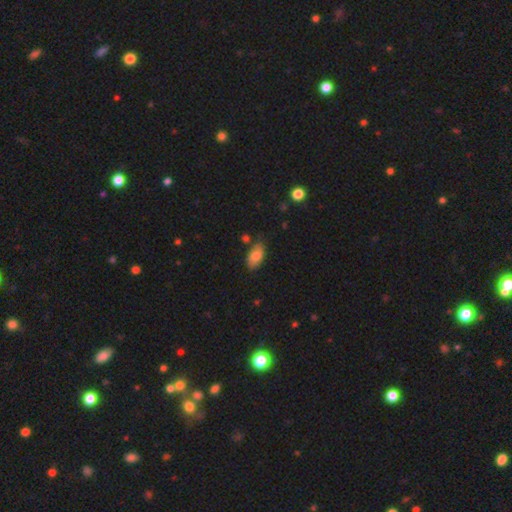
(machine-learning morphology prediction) Smooth or featured? Predicted: smooth (p=0.77). How rounded? Predicted: in between (p=0.93). Merging? Predicted: none (p=0.68).